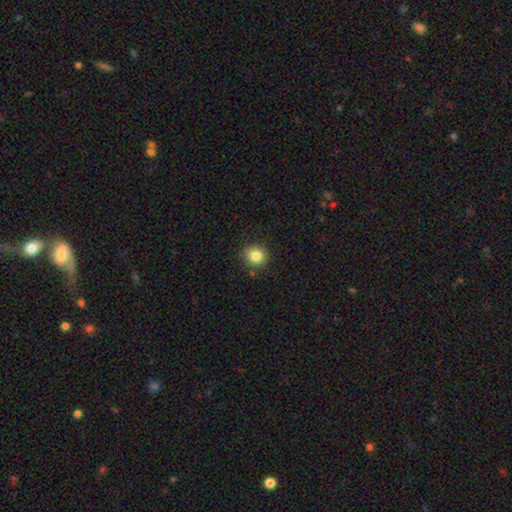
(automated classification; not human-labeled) A smooth galaxy with no disk features (84%) that is round (89%). Merging: none (84%).